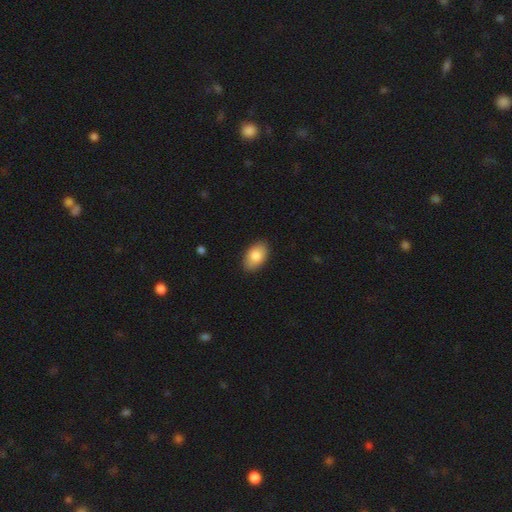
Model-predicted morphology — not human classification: Q: Smooth or featured?
A: smooth (85%); runner-up: featured or disk (9%)
Q: How rounded?
A: in between (93%); runner-up: round (6%)
Q: Merging?
A: none (87%); runner-up: minor disturbance (10%)